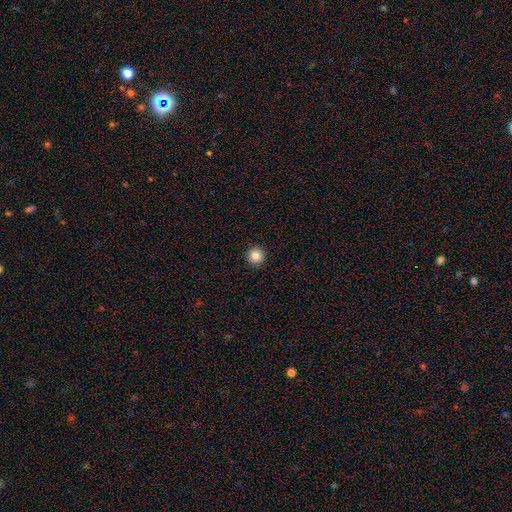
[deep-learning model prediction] smooth_or_featured: smooth (p=0.85) [alt: star or artifact p=0.10]
how_rounded: round (p=0.96) [alt: in between p=0.03]
merging: none (p=0.93) [alt: minor disturbance p=0.04]